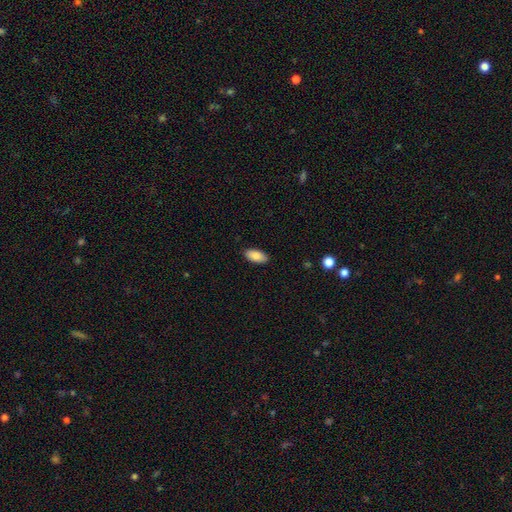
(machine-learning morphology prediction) smooth_or_featured: smooth (p=0.85) [alt: featured or disk p=0.09]
how_rounded: in between (p=0.92) [alt: cigar-shaped p=0.06]
merging: none (p=0.89) [alt: minor disturbance p=0.08]